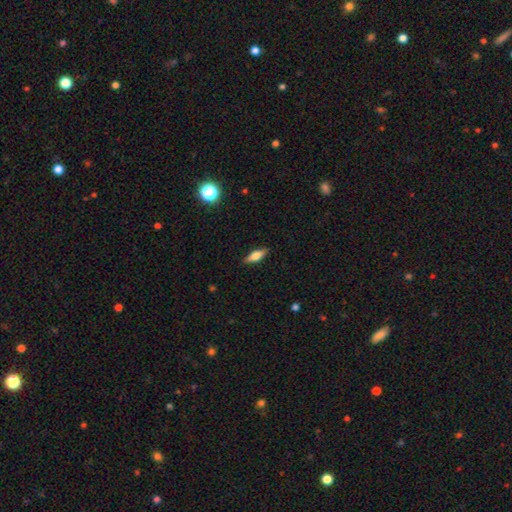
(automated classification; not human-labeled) This appears to be a smooth galaxy with no disk features (51%) that is in between round and cigar-shaped (51%). Merging: none (88%).